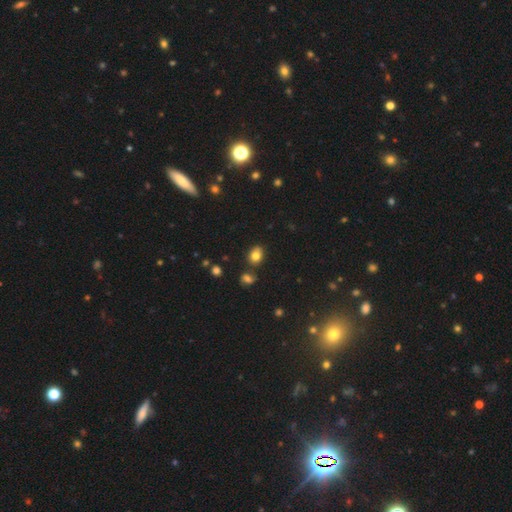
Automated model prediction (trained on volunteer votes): Morphology: type=smooth (81%); roundness=in between (55%); merging=none (77%).